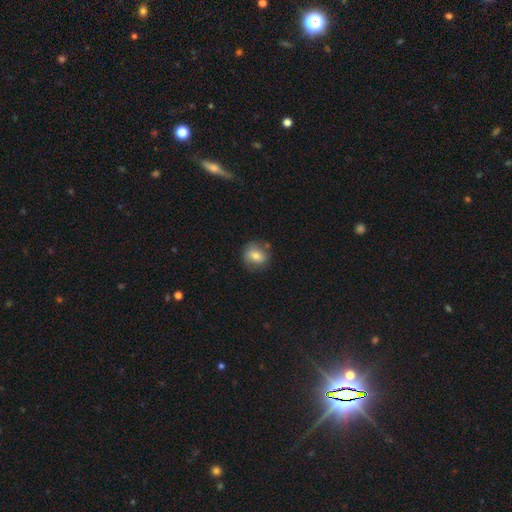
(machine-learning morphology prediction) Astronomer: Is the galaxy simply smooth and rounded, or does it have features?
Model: smooth — 74%.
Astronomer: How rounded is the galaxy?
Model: round — 74%.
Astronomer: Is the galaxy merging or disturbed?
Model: none — 74%.